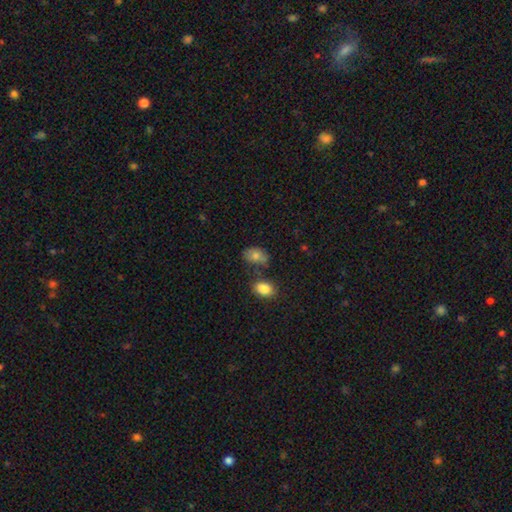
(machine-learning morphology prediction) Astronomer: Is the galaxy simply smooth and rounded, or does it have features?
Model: smooth — 78%.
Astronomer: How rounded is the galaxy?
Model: in between — 82%.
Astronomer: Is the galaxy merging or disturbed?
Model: none — 57%.